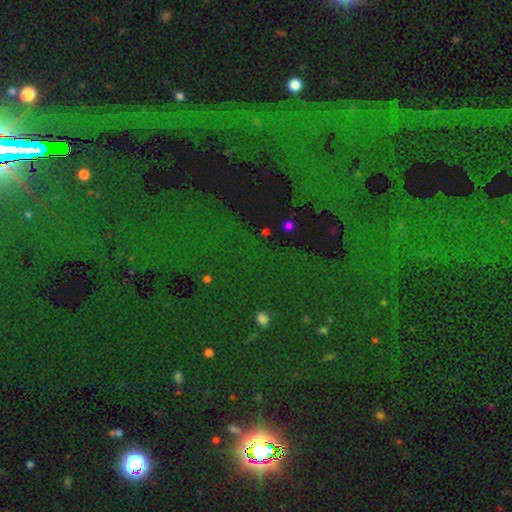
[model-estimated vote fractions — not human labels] A star or artifact, not a galaxy (84%).

Vote fractions:
- Smooth or featured? star or artifact: 84% / smooth: 9% / featured or disk: 7%